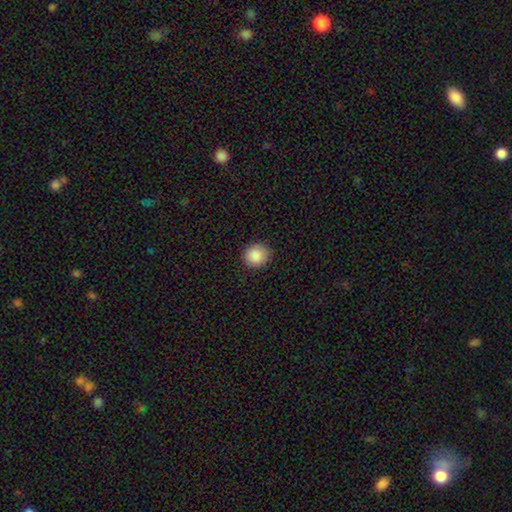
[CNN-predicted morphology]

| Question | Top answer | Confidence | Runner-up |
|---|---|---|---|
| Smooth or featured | smooth | 89% | star or artifact (8%) |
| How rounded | round | 86% | in between (13%) |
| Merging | none | 89% | minor disturbance (8%) |